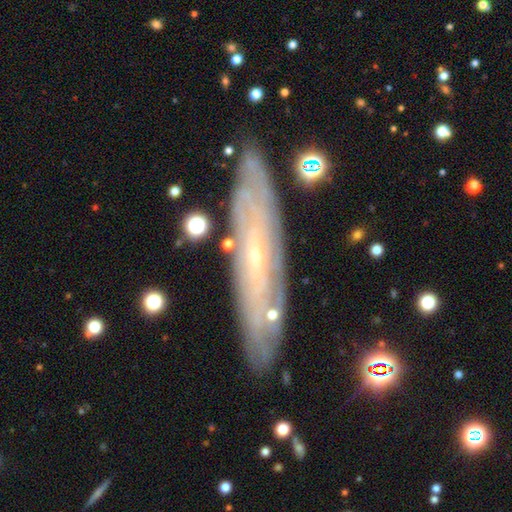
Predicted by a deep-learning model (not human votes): smooth-or-featured: featured or disk: 74% | smooth: 18% | star or artifact: 8%
  disk-edge-on: no: 54% | yes: 46%
  merging: none: 85% | minor disturbance: 11% | major disturbance: 2% | merger: 2%